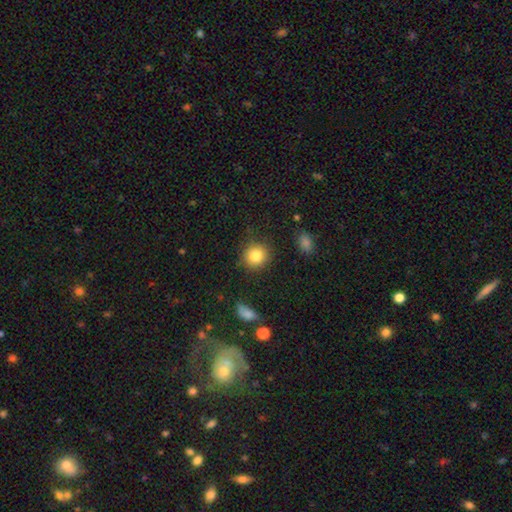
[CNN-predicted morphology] type=smooth (84%); roundness=round (89%); merging=none (86%).